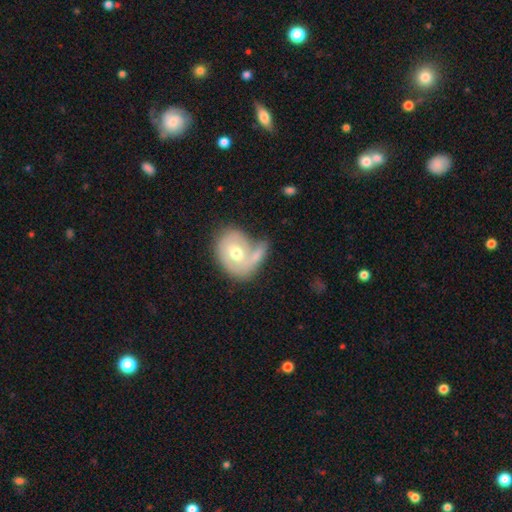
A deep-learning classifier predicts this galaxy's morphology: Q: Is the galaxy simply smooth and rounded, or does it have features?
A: smooth — 50%.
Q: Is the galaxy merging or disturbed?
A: merger — 45%.